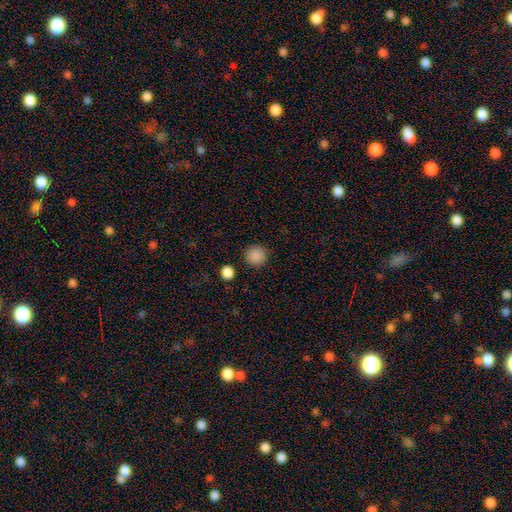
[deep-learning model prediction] Morphology: type=smooth (88%); roundness=round (95%); merging=none (90%).